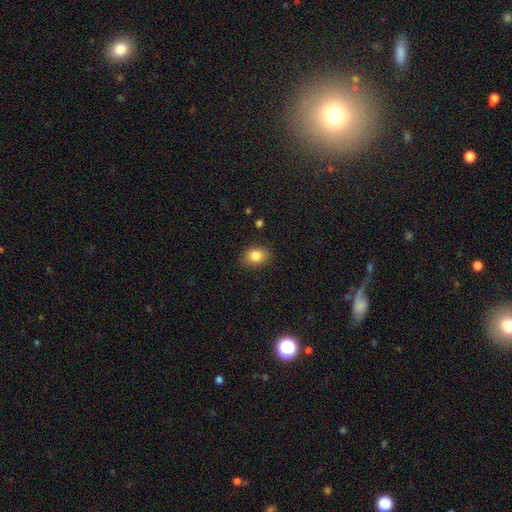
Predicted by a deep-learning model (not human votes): This appears to be a smooth galaxy with no disk features (83%) that is in between round and cigar-shaped (70%). Merging: none (84%).